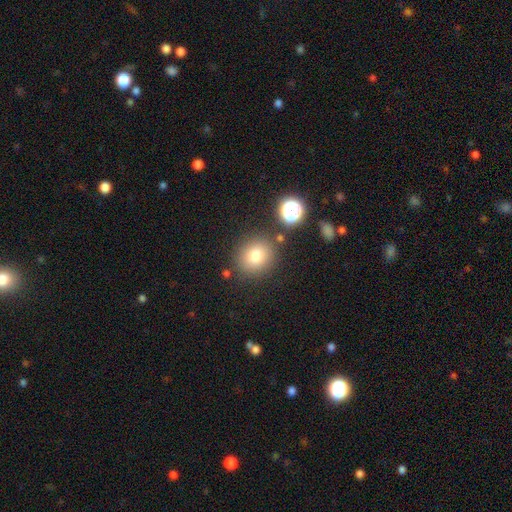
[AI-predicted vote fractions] smooth_or_featured: smooth (p=0.78) [alt: star or artifact p=0.13]
how_rounded: round (p=0.80) [alt: in between p=0.19]
merging: none (p=0.81) [alt: minor disturbance p=0.10]